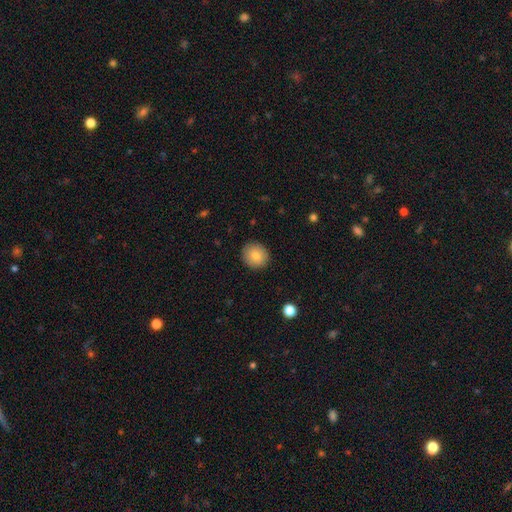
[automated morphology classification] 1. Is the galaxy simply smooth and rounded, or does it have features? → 83% smooth, 9% featured or disk, 8% star or artifact.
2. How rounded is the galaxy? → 89% round, 10% in between, 1% cigar-shaped.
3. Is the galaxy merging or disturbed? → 90% none, 7% minor disturbance, 2% major disturbance, 1% merger.